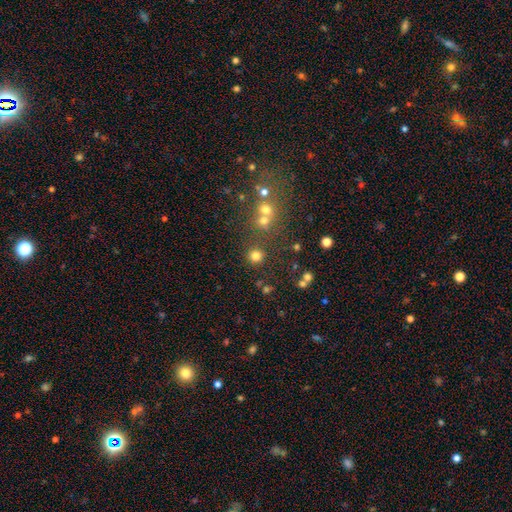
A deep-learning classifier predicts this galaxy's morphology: smooth_or_featured: smooth (p=0.77) [alt: star or artifact p=0.17]
how_rounded: round (p=0.93) [alt: in between p=0.06]
merging: none (p=0.81) [alt: merger p=0.09]